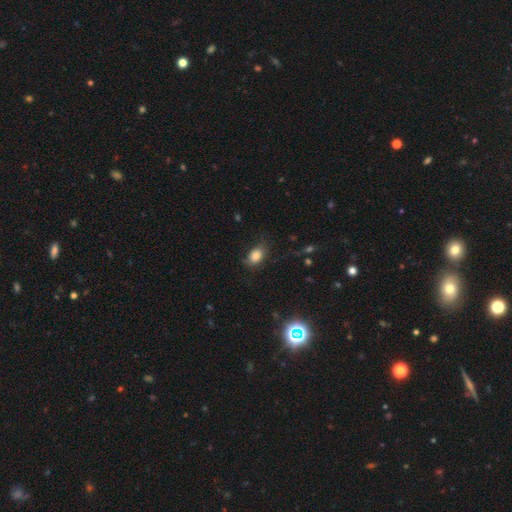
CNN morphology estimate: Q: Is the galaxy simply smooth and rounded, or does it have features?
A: smooth — 81%.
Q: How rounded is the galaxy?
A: in between — 78%.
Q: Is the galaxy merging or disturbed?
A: none — 68%.